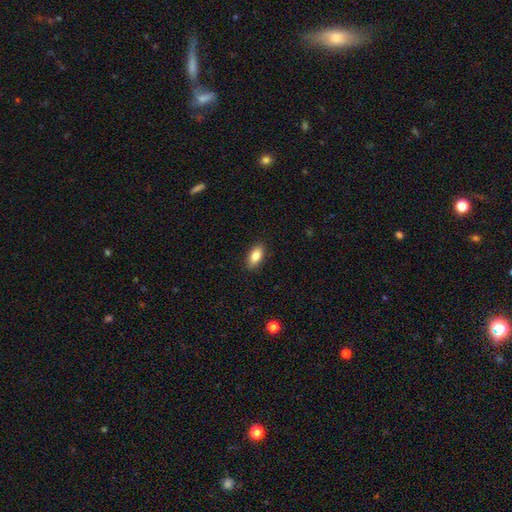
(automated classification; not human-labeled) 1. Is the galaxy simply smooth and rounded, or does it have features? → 84% smooth, 9% featured or disk, 7% star or artifact.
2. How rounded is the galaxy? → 90% in between, 7% cigar-shaped, 4% round.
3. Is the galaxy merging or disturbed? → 89% none, 8% minor disturbance, 2% major disturbance, 1% merger.